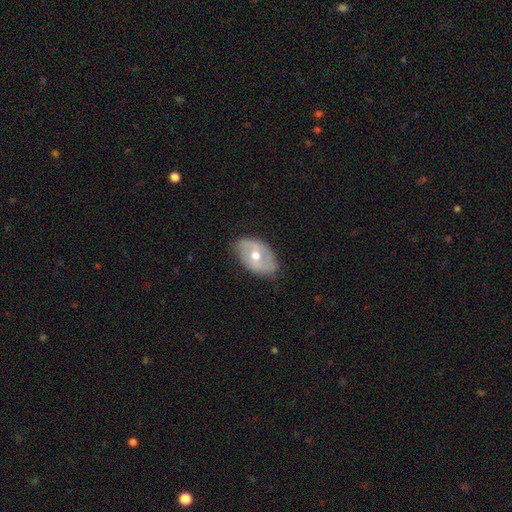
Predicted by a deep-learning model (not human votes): Morphology: type=featured or disk (52%); edge-on=no (91%); merging=none (75%).